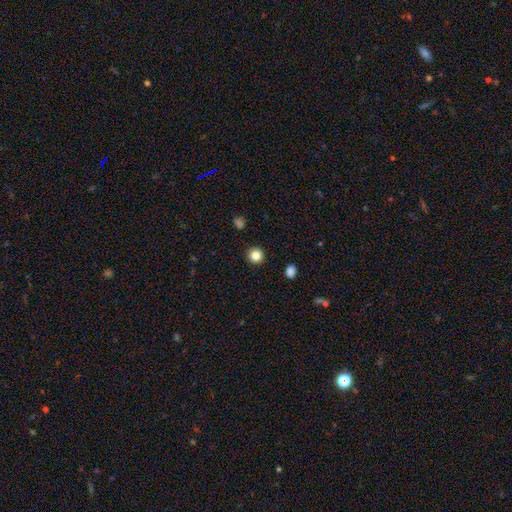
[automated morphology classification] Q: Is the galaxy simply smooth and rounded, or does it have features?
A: smooth — 84%.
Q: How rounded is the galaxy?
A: round — 94%.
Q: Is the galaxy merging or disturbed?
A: none — 93%.